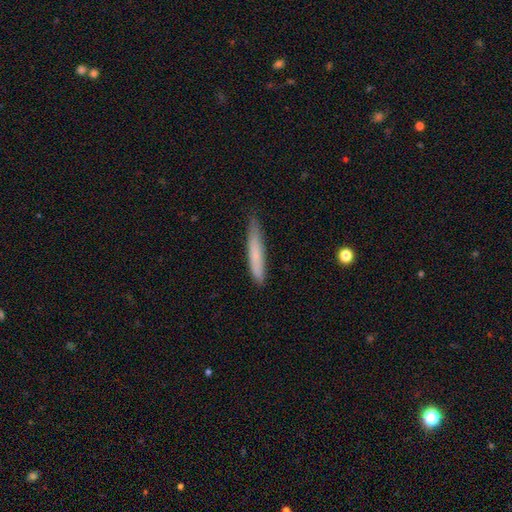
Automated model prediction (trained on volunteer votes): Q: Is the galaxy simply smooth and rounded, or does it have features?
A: smooth — 74%.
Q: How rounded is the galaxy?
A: cigar-shaped — 94%.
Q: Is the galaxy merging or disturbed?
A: none — 78%.